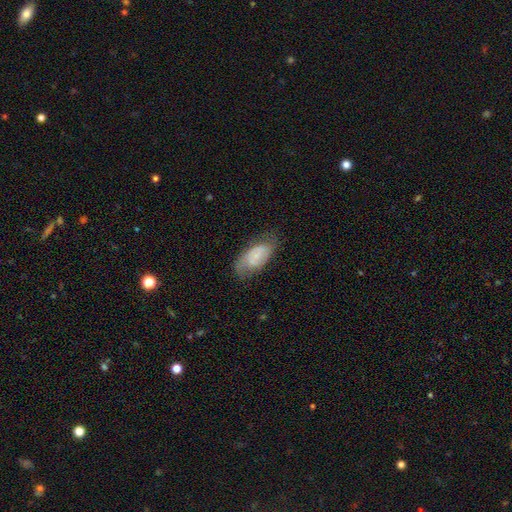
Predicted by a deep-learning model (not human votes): Q: Smooth or featured?
A: smooth (54%); runner-up: featured or disk (38%)
Q: How rounded?
A: in between (91%); runner-up: cigar-shaped (5%)
Q: Merging?
A: none (58%); runner-up: minor disturbance (28%)